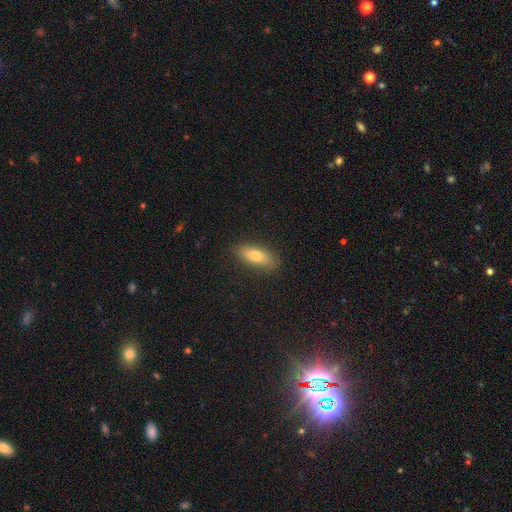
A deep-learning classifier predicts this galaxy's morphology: Smooth or featured?
  - smooth: 73% *
  - featured or disk: 20%
  - star or artifact: 7%
How rounded?
  - in between: 67% *
  - cigar-shaped: 29%
  - round: 3%
Merging?
  - none: 85% *
  - minor disturbance: 11%
  - major disturbance: 3%
  - merger: 1%